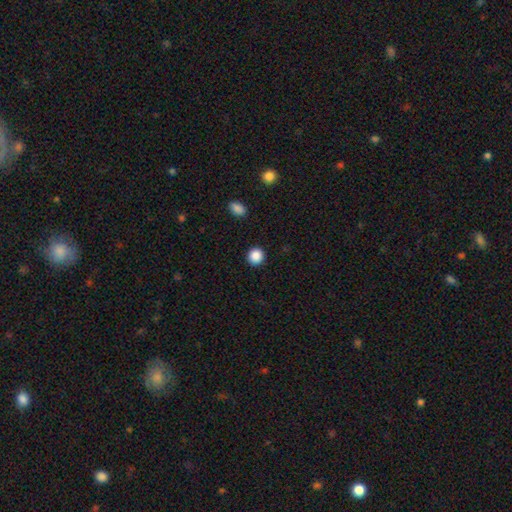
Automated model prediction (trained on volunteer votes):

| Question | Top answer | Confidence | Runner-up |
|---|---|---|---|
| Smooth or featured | smooth | 88% | star or artifact (9%) |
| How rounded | round | 92% | in between (7%) |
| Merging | none | 92% | minor disturbance (5%) |